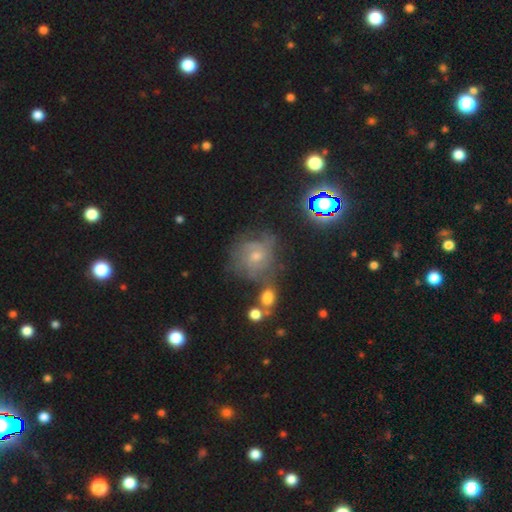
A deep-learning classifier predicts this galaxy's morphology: A featured or disk galaxy (53%) with no bar (67%), spiral arms (79%) and a moderate central bulge (46%). Merging: none (49%).